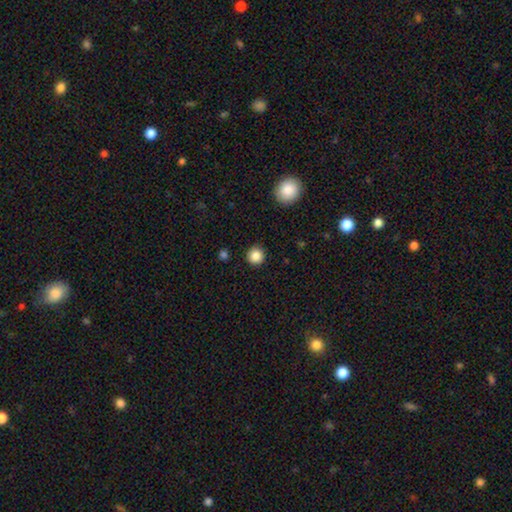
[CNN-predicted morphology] This appears to be a smooth galaxy with no disk features (86%) that is round (94%). Merging: none (91%).